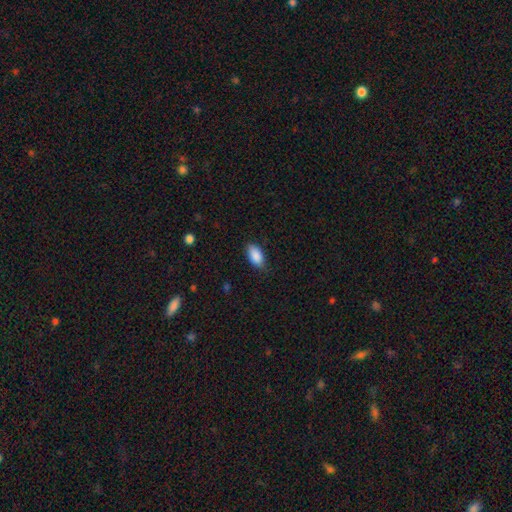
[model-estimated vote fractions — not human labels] A smooth galaxy with no disk features (89%) that is in between round and cigar-shaped (94%). Merging: none (82%).